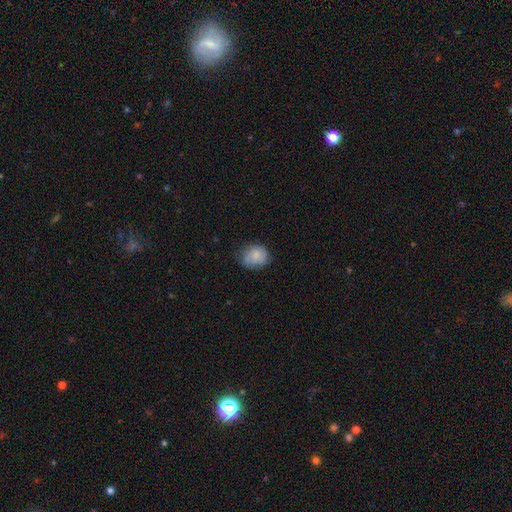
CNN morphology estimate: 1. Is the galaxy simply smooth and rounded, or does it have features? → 72% smooth, 20% featured or disk, 8% star or artifact.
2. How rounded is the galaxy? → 61% round, 38% in between, 1% cigar-shaped.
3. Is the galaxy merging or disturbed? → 61% none, 29% minor disturbance, 8% major disturbance, 2% merger.